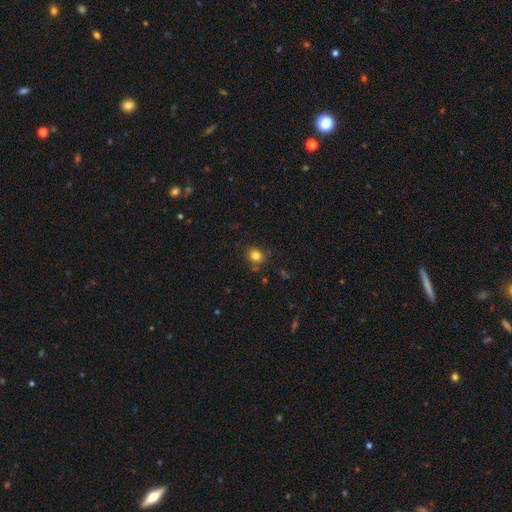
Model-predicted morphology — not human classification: This is clearly a smooth galaxy (82%). How rounded: clearly round (81%). Merging: clearly none (83%).